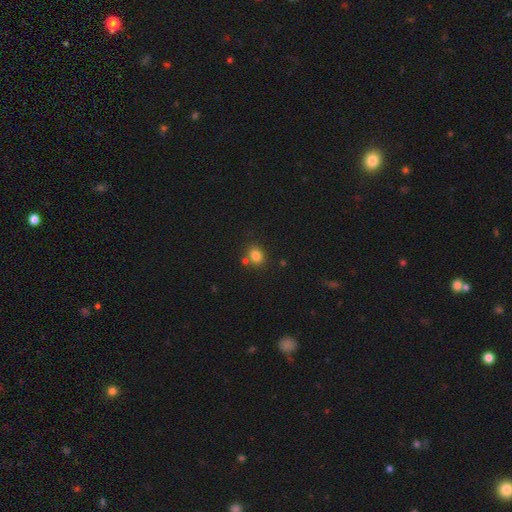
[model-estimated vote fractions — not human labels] smooth 82%, star or artifact 12%, featured or disk 6%. Down the decision tree: how rounded — round (54%); merging — none (72%).